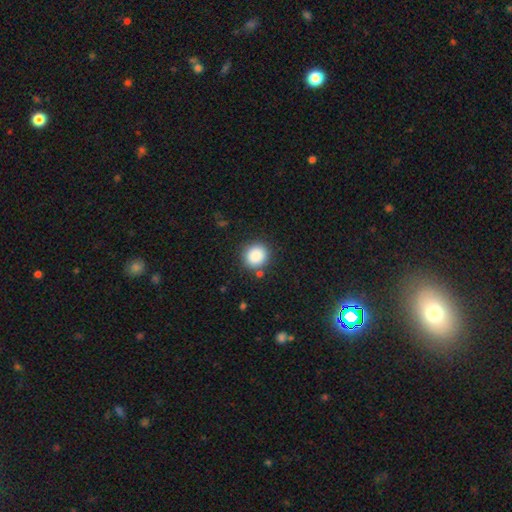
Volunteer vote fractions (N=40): Smooth or featured? 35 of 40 (88%) said smooth. How rounded? 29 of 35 (83%) said round. Merging? 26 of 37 (70%) said none.